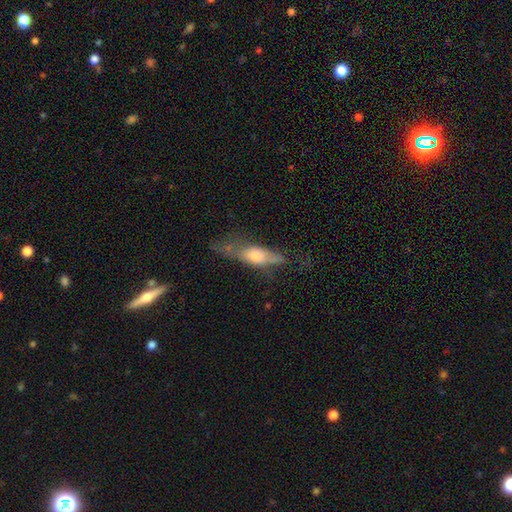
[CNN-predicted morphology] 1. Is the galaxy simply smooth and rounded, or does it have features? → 46% smooth, 45% featured or disk, 8% star or artifact.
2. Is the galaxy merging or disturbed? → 44% none, 28% minor disturbance, 24% major disturbance, 4% merger.